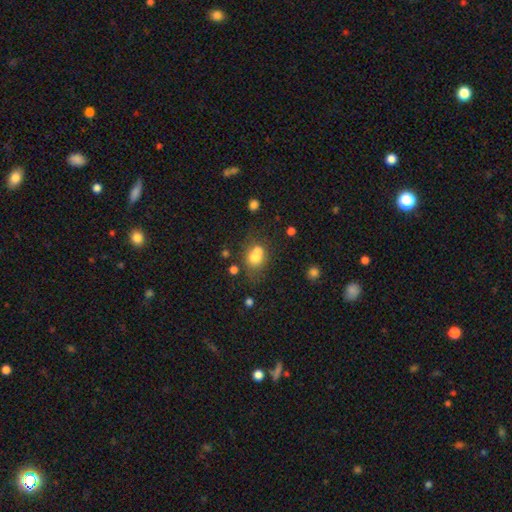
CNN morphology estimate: Smooth or featured? smooth (69%)
How rounded? round (57%)
Merging? merger (51%)